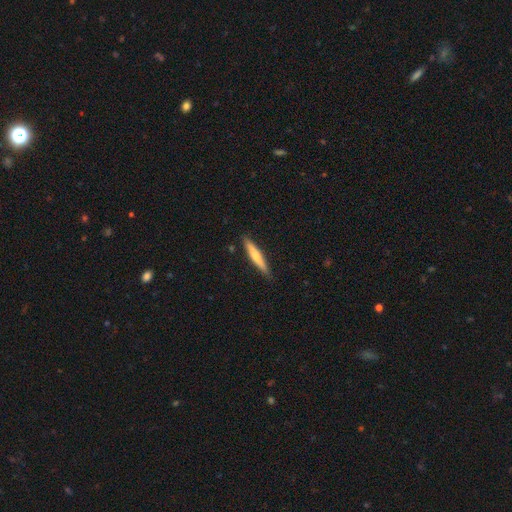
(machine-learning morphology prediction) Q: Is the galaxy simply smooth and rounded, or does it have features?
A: smooth — 55%.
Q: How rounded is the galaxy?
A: cigar-shaped — 92%.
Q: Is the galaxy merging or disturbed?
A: none — 88%.